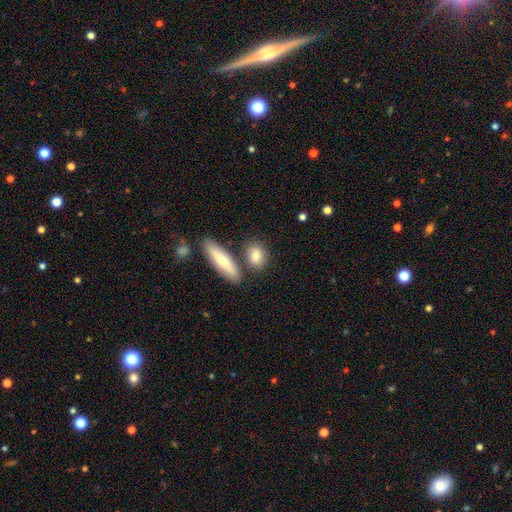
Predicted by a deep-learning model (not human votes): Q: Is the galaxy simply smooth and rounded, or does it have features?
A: smooth — 80%.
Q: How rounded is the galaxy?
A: in between — 64%.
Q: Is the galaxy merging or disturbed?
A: none — 71%.